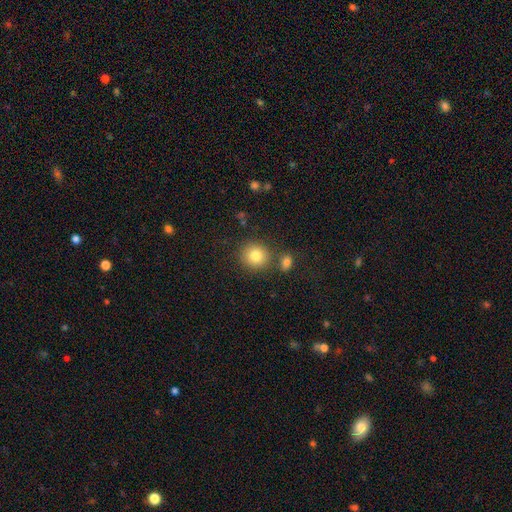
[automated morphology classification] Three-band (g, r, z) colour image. It shows a smooth galaxy with no disk features (81%) that is round (88%). Merging: none (78%).